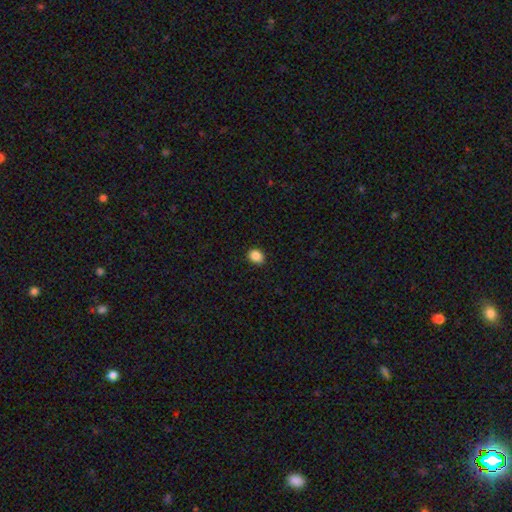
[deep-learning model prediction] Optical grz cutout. It shows a smooth galaxy with no disk features (87%) that is in between round and cigar-shaped (52%). Merging: none (88%).